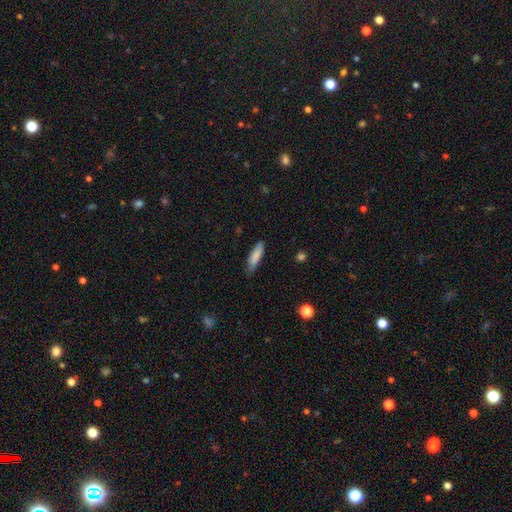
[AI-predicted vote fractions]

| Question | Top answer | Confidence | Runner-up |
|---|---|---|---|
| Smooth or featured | smooth | 84% | featured or disk (9%) |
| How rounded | cigar-shaped | 67% | in between (32%) |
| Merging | none | 80% | minor disturbance (16%) |